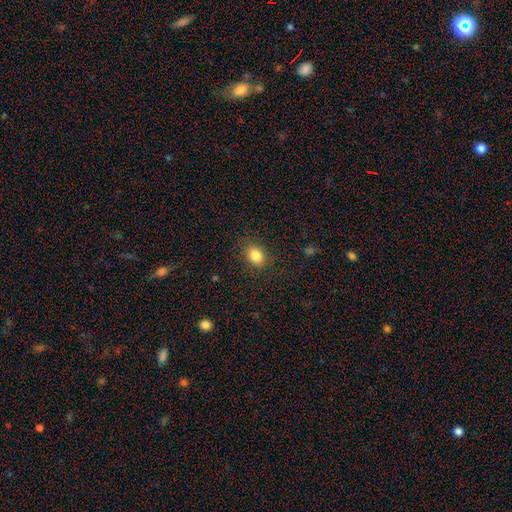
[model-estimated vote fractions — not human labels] A smooth galaxy with no disk features (84%) that is in between round and cigar-shaped (56%). Merging: none (86%).